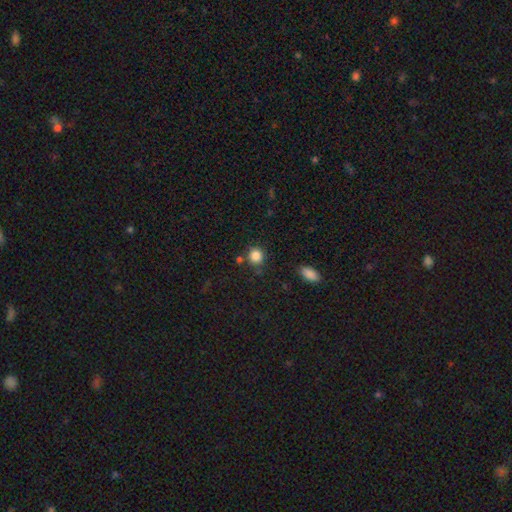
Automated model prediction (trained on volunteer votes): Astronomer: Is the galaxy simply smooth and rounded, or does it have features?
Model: smooth — 85%.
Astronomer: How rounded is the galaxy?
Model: round — 87%.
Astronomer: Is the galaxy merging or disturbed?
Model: none — 79%.